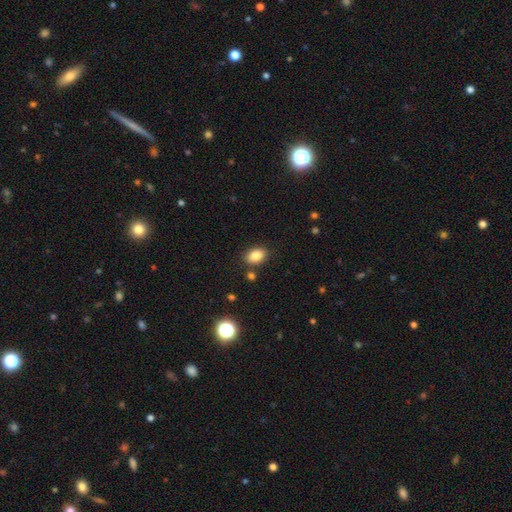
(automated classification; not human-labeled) smooth 85%, star or artifact 10%, featured or disk 6%. Down the decision tree: how rounded — in between (83%); merging — none (84%).